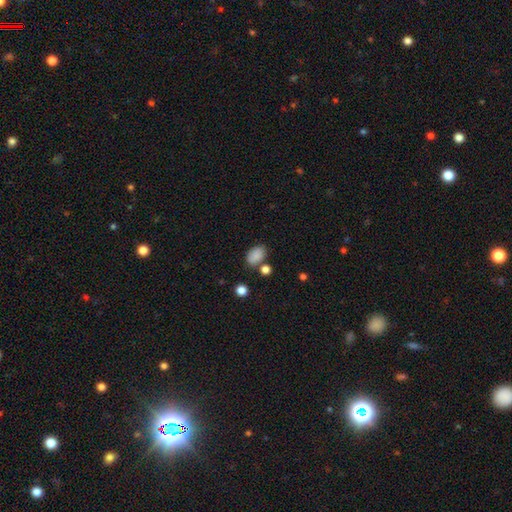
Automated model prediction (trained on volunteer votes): smooth 86%, star or artifact 9%, featured or disk 5%. Down the decision tree: how rounded — in between (87%); merging — none (71%).